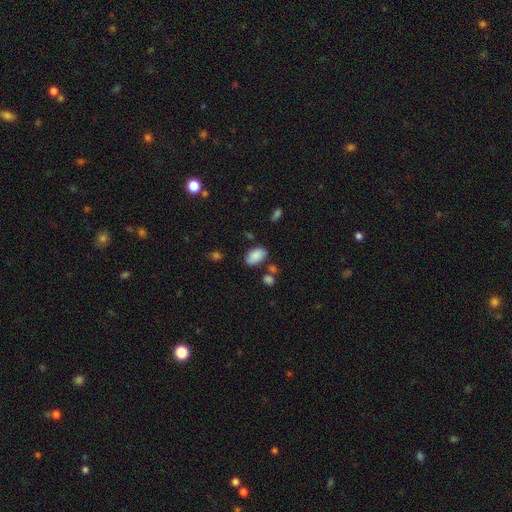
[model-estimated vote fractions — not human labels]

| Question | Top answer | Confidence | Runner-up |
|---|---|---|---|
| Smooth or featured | smooth | 86% | star or artifact (7%) |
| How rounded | in between | 94% | round (5%) |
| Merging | none | 76% | minor disturbance (14%) |